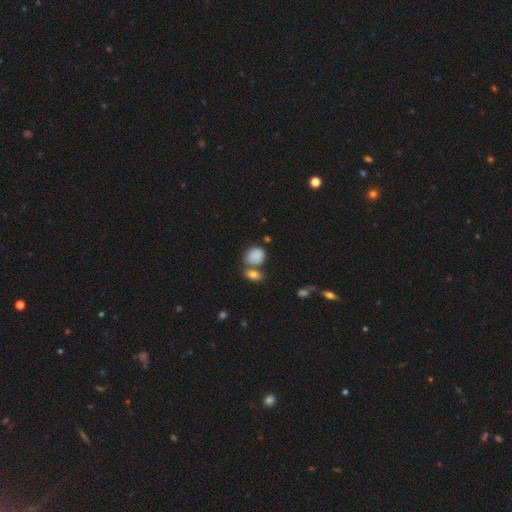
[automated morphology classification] type=smooth (86%); roundness=round (59%); merging=none (50%).